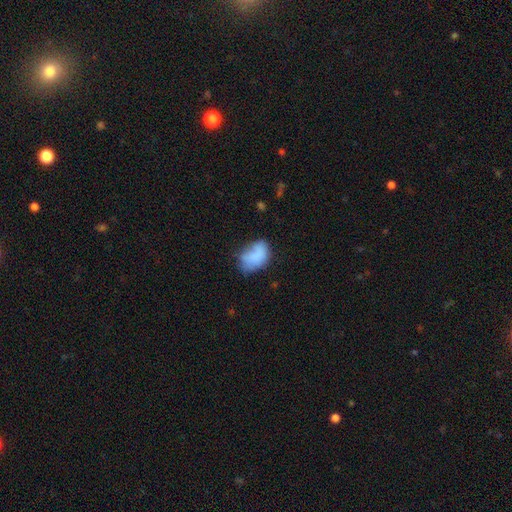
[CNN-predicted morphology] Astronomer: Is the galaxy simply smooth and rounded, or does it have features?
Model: smooth — 78%.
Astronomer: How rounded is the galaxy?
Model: in between — 84%.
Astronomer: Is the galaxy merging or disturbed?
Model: none — 43% (runner-up: minor disturbance, 35%).